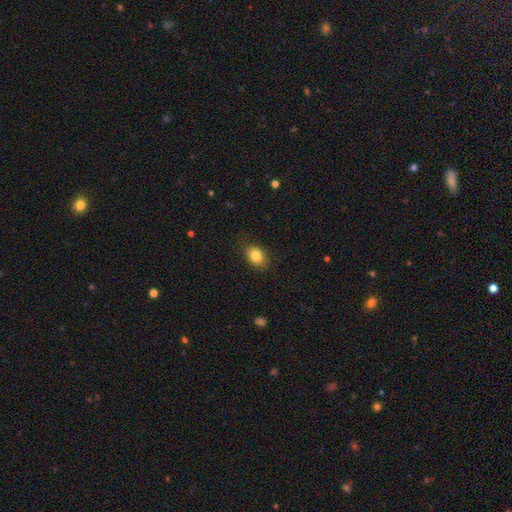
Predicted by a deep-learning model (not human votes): smooth 83%, star or artifact 9%, featured or disk 8%. Down the decision tree: how rounded — in between (70%); merging — none (83%).